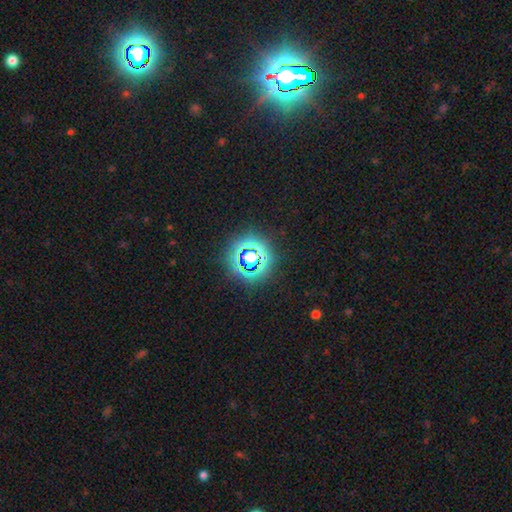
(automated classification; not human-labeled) Smooth or featured?
  - star or artifact: 73% *
  - smooth: 18%
  - featured or disk: 8%